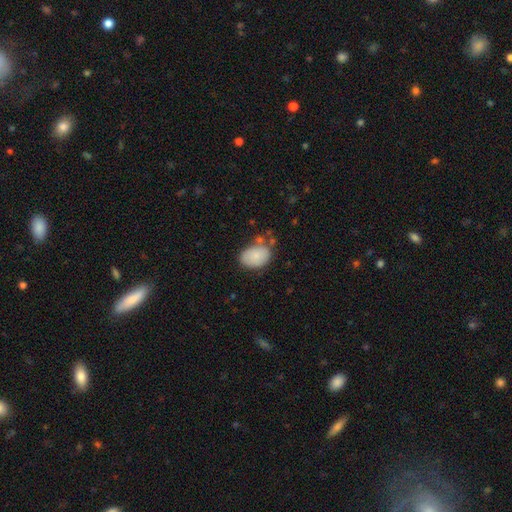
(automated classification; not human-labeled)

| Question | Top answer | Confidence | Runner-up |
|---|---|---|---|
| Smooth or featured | smooth | 83% | featured or disk (10%) |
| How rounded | in between | 84% | round (15%) |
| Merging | none | 63% | minor disturbance (23%) |